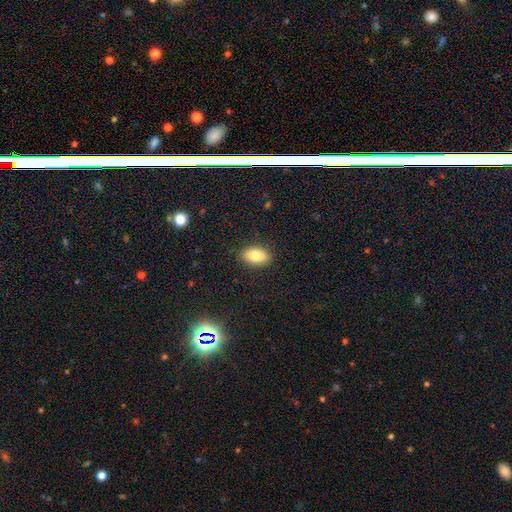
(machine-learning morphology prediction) Overall: smooth (82%). How rounded: in between (91%). Merging: none (87%).